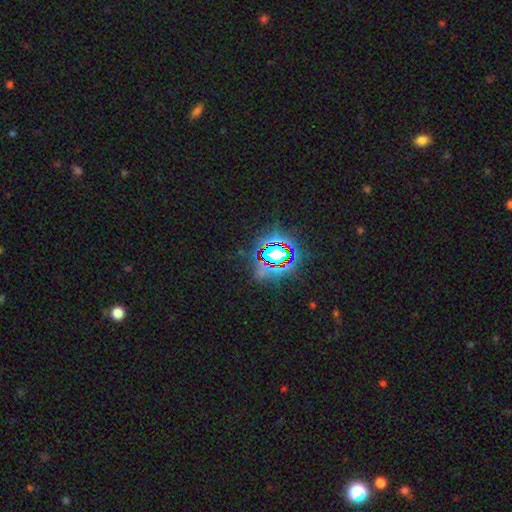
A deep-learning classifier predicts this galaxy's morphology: This is clearly a star or artifact rather than a galaxy (80%).